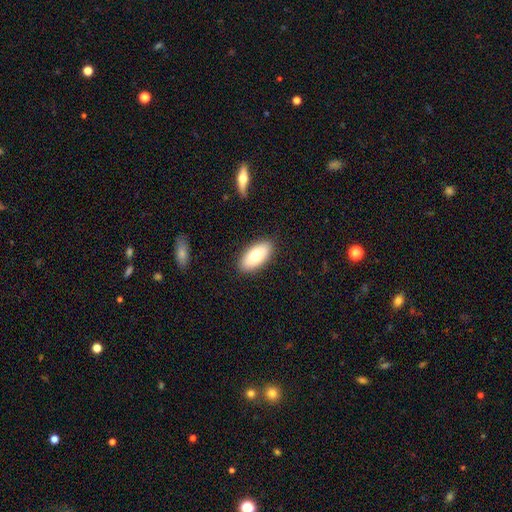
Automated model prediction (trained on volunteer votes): This appears to be a smooth galaxy with no disk features (73%) that is in between round and cigar-shaped (92%). Merging: none (88%).